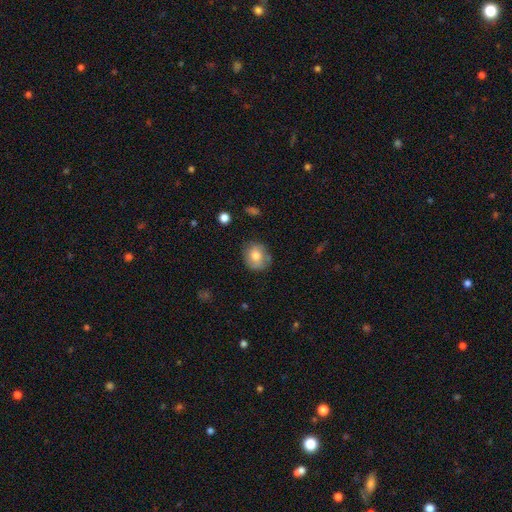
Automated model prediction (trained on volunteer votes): smooth_or_featured: smooth (p=0.73) [alt: featured or disk p=0.19]
how_rounded: round (p=0.72) [alt: in between p=0.27]
merging: none (p=0.69) [alt: minor disturbance p=0.22]